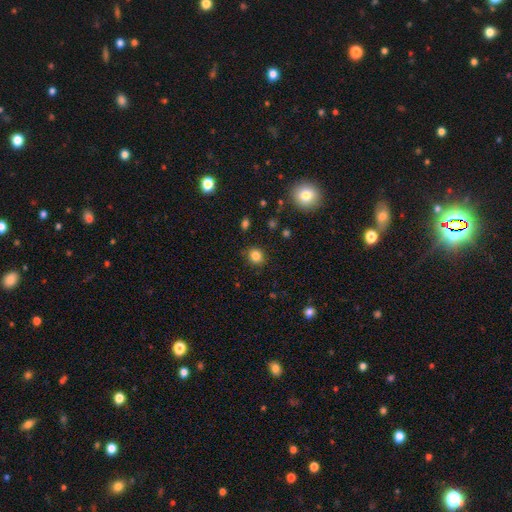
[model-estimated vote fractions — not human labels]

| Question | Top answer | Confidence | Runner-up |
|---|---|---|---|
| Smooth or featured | smooth | 83% | star or artifact (12%) |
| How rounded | round | 78% | in between (21%) |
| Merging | none | 87% | minor disturbance (9%) |